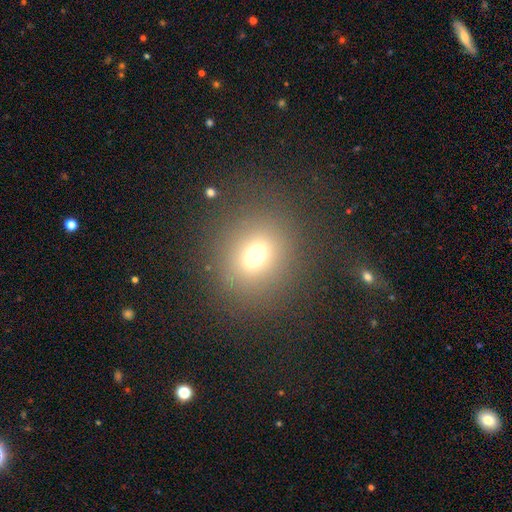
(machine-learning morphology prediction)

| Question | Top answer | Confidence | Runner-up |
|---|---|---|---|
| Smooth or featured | smooth | 68% | star or artifact (18%) |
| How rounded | round | 59% | in between (39%) |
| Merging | none | 81% | minor disturbance (10%) |